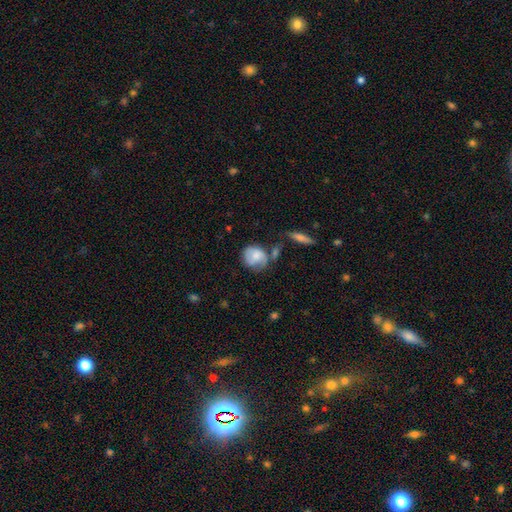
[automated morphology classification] The model was most divided on "merging": none: 44%, minor disturbance: 29%, major disturbance: 14%, merger: 13%. More confident: how rounded — round (66%); smooth or featured — smooth (61%).